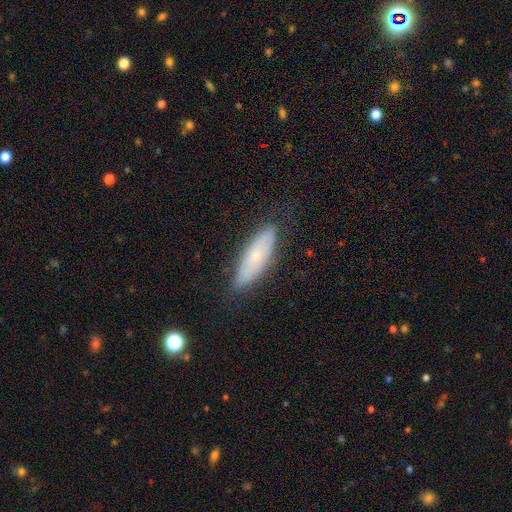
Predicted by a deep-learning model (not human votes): A smooth galaxy with no disk features (60%) that is in between round and cigar-shaped (50%).

Vote fractions:
- Smooth or featured? smooth: 60% / featured or disk: 33% / star or artifact: 7%
- How rounded? in between: 50% / cigar-shaped: 48% / round: 2%
- Merging? none: 79% / minor disturbance: 16% / major disturbance: 4% / merger: 1%